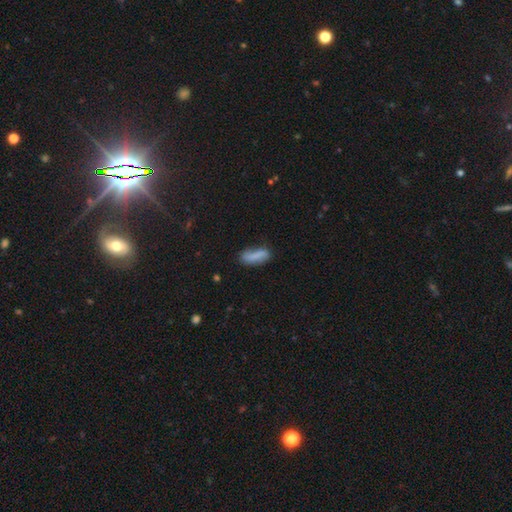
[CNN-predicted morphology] Overall: smooth (79%). How rounded: in between (59%; cigar-shaped 39%). Merging: none (63%; minor disturbance 25%).